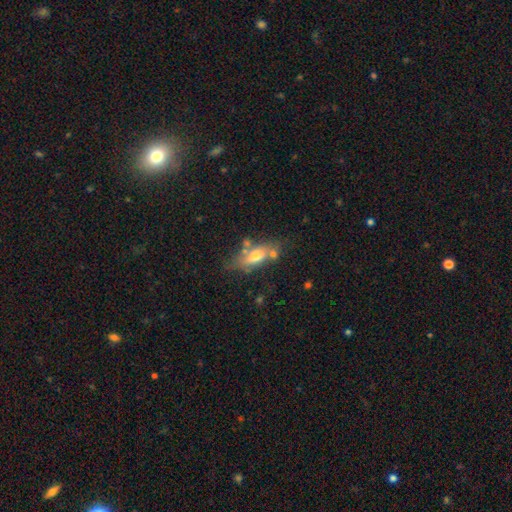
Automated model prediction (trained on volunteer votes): Smooth or featured? smooth (60%)
How rounded? in between (69%)
Merging? none (52%)